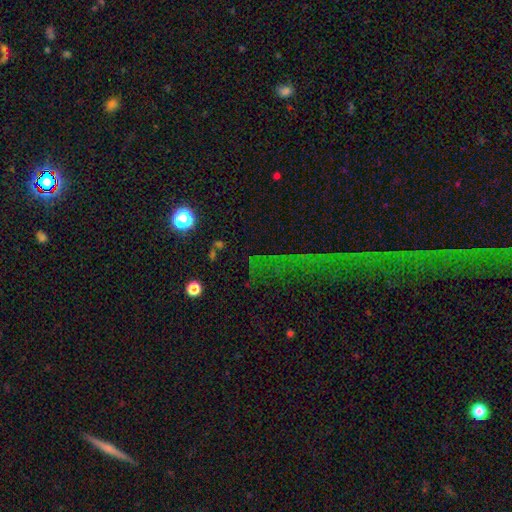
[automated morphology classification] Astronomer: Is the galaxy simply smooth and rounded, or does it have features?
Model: star or artifact — 66%.